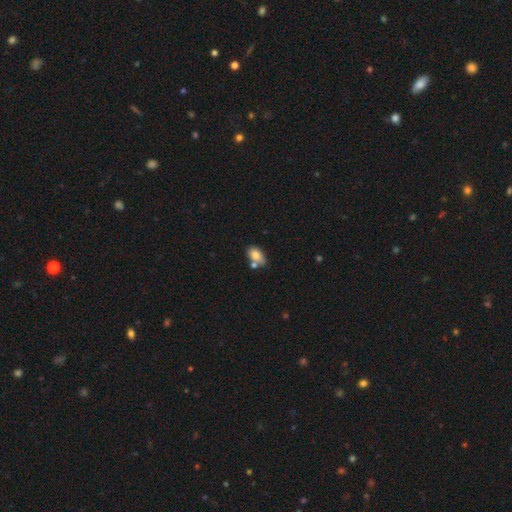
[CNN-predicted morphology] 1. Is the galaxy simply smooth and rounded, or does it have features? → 81% smooth, 11% featured or disk, 8% star or artifact.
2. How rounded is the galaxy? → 88% in between, 10% round, 2% cigar-shaped.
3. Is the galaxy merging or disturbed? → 51% none, 24% merger, 20% minor disturbance, 6% major disturbance.